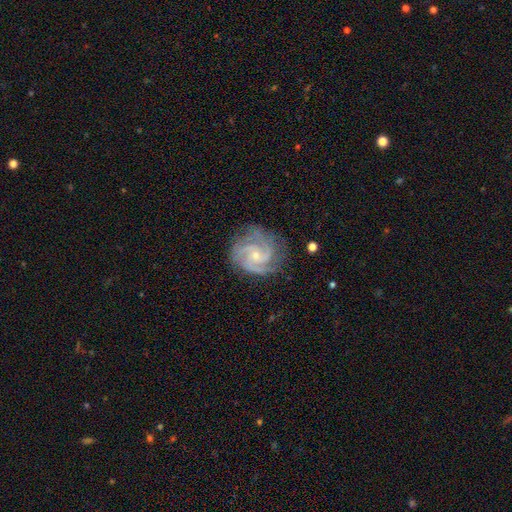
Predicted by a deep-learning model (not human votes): This is clearly a featured or disk galaxy (91%). It is clearly not viewed edge-on (98%). Bar: likely no (70%). Spiral arm pattern: clearly yes (98%). Spiral arm count: possibly 3 (56%). Spiral winding: possibly tight (58%). Central bulge: likely small (76%). Merging: likely none (77%).